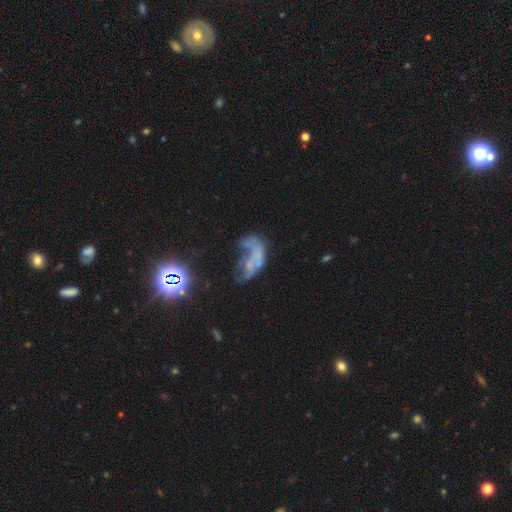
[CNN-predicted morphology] Smooth or featured? featured or disk (52%)
Edge-on disk? no (96%)
Bar? no (90%)
Spiral arms? no (83%)
Bulge size? none (74%)
Merging? major disturbance (43%)